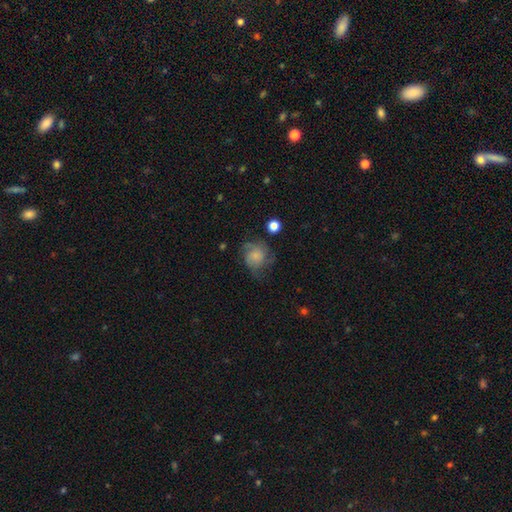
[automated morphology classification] smooth_or_featured: smooth (p=0.45) [tied with: featured or disk p=0.45]
merging: none (p=0.51) [alt: minor disturbance p=0.27]